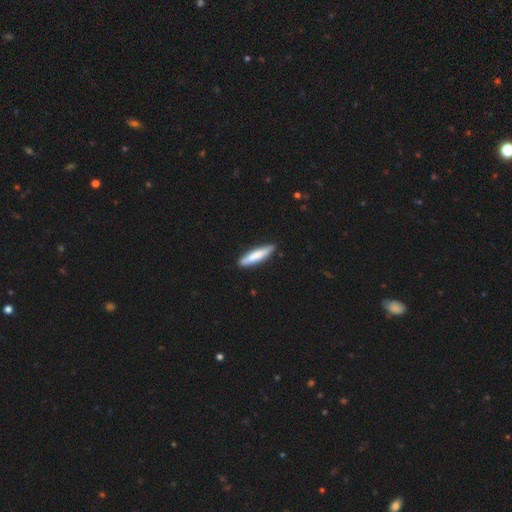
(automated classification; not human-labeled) Smooth or featured? Predicted: smooth (p=0.75). How rounded? Predicted: cigar-shaped (p=0.85). Merging? Predicted: none (p=0.88).